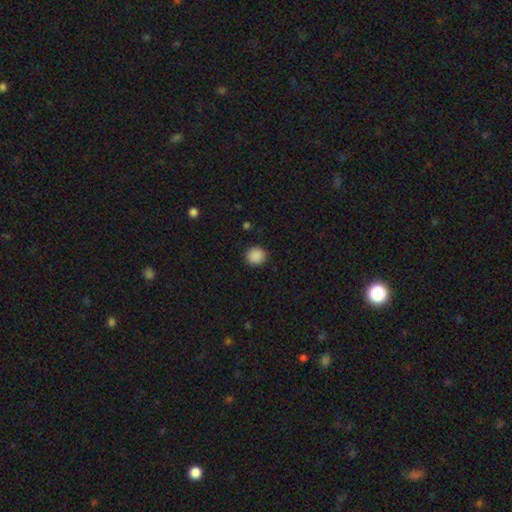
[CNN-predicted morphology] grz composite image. It shows a smooth galaxy with no disk features (89%) that is round (91%). Merging: none (91%).